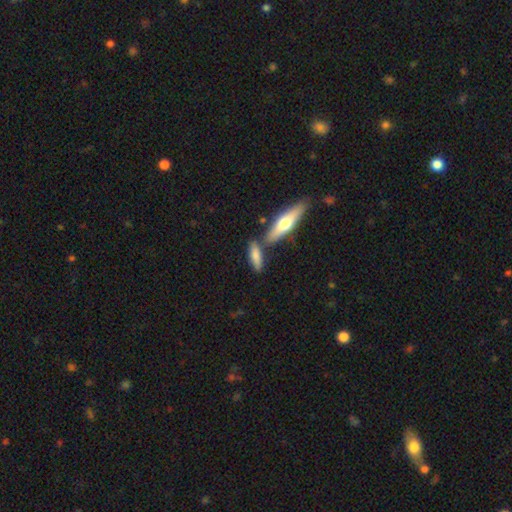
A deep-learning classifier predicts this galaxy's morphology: Overall: smooth (73%). How rounded: cigar-shaped (54%; in between 43%). Merging: none (61%; merger 21%).